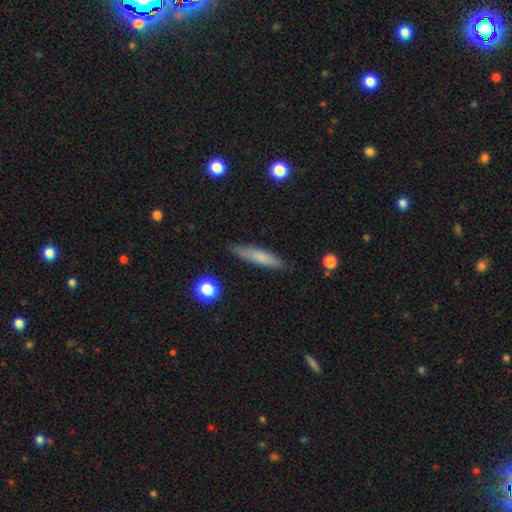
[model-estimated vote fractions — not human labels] Morphology: type=smooth (69%); roundness=cigar-shaped (88%); merging=none (88%).